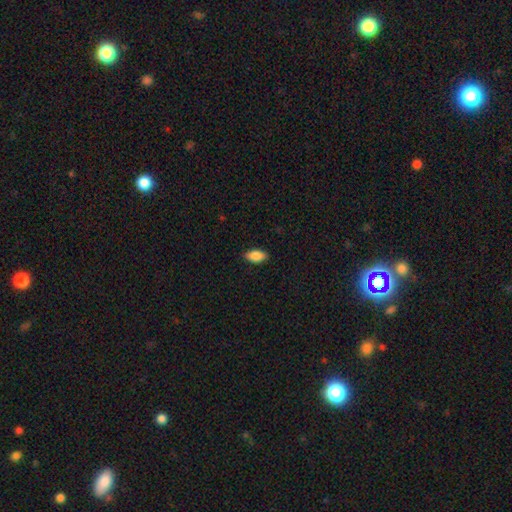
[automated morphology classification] Smooth or featured? Predicted: smooth (p=0.85). How rounded? Predicted: in between (p=0.88). Merging? Predicted: none (p=0.87).